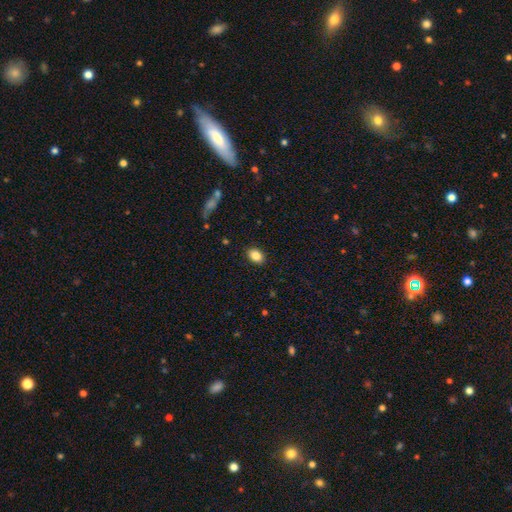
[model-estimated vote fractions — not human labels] Smooth or featured: smooth — 85% (star or artifact — 9%)
How rounded: in between — 79% (round — 20%)
Merging: none — 88% (minor disturbance — 8%)